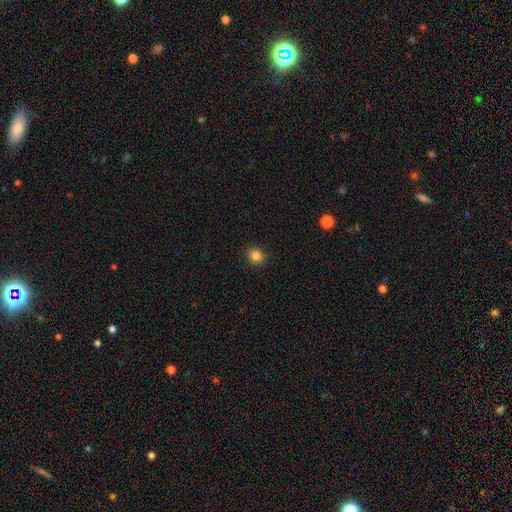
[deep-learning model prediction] smooth 85%, star or artifact 11%, featured or disk 4%. Down the decision tree: how rounded — round (85%); merging — none (91%).